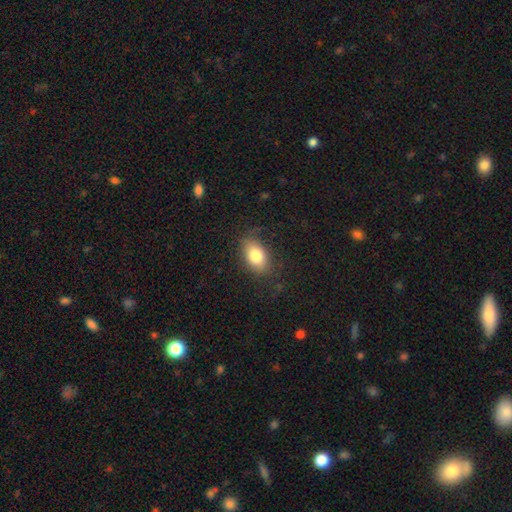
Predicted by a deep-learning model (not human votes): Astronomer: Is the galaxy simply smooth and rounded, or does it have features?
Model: smooth — 80%.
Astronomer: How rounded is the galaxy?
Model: in between — 87%.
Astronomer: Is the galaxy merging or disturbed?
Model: none — 79%.